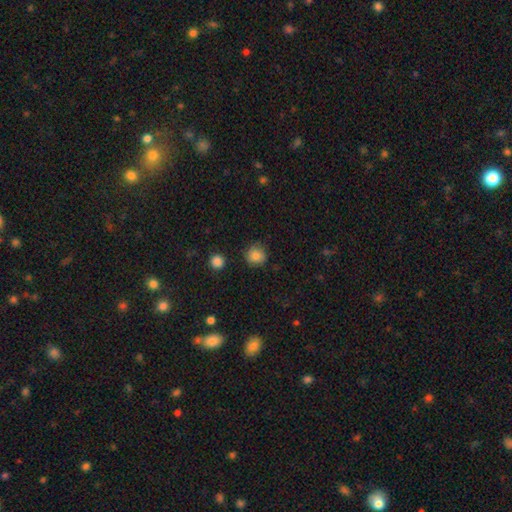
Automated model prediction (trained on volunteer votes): The model was most divided on "smooth or featured": smooth: 82%, star or artifact: 10%, featured or disk: 7%. More confident: how rounded — round (92%); merging — none (84%).